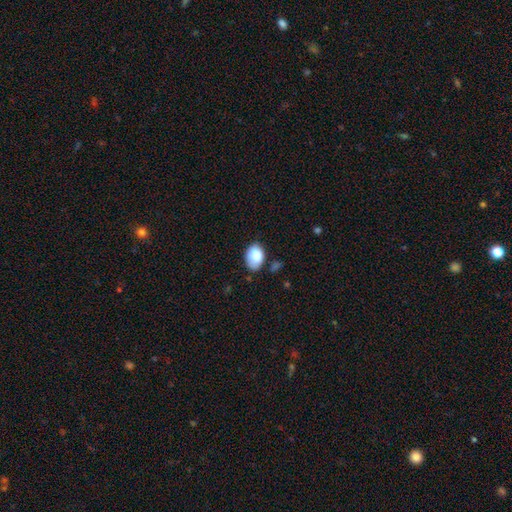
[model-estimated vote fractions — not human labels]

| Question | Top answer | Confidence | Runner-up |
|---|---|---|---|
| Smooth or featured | smooth | 85% | featured or disk (8%) |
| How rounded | in between | 84% | round (15%) |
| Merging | none | 62% | minor disturbance (28%) |